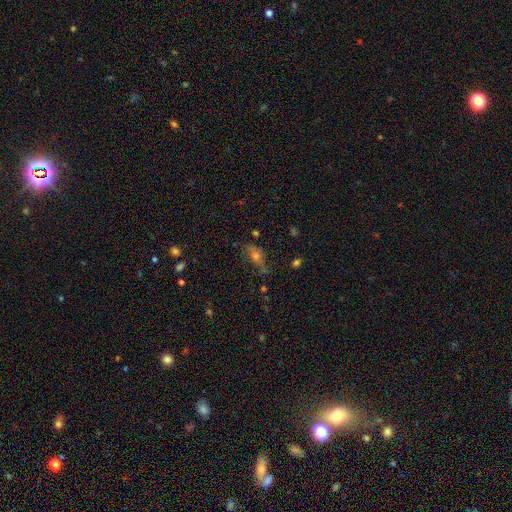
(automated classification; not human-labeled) smooth-or-featured: smooth: 49% | featured or disk: 27% | star or artifact: 24%
  merging: none: 54% | minor disturbance: 24% | major disturbance: 15% | merger: 6%